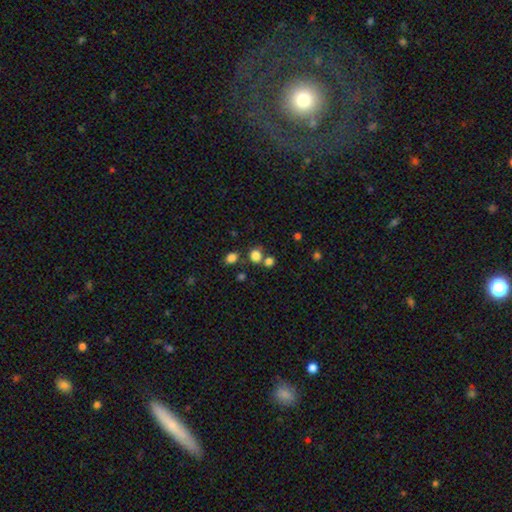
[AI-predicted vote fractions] Smooth or featured? smooth (80%)
How rounded? round (74%)
Merging? none (65%)